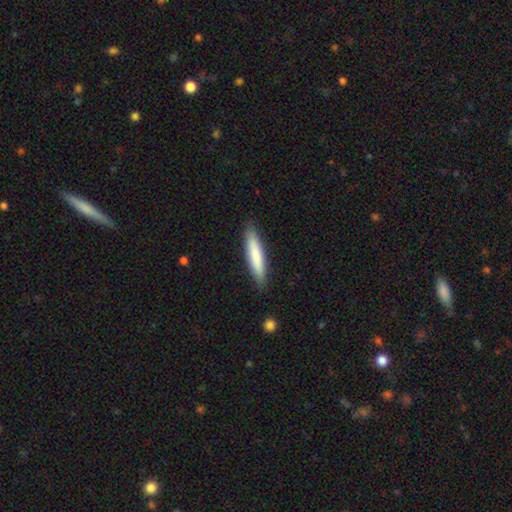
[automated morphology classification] type=smooth (77%); roundness=cigar-shaped (88%); merging=none (88%).